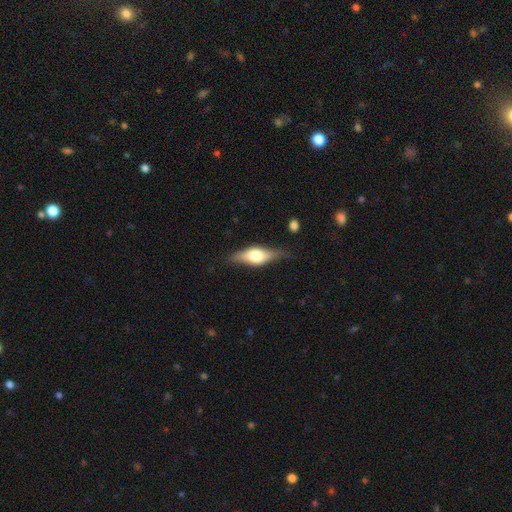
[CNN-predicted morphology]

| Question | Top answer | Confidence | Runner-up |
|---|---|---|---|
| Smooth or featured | featured or disk | 54% | smooth (40%) |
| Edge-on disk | yes | 90% | no (10%) |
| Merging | none | 72% | minor disturbance (20%) |